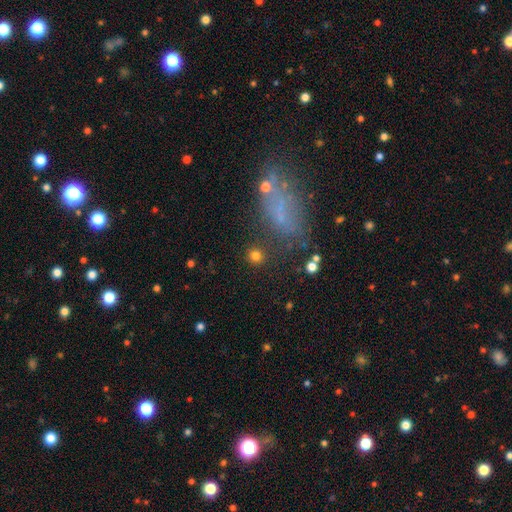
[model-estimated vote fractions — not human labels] Smooth or featured? Predicted: smooth (p=0.79). How rounded? Predicted: round (p=0.90). Merging? Predicted: none (p=0.85).